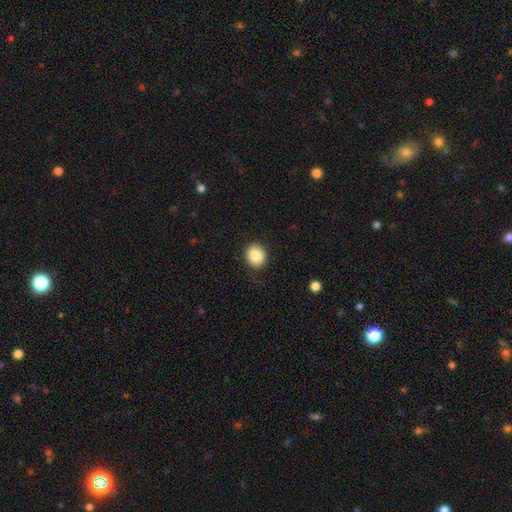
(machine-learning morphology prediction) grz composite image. It shows a smooth galaxy with no disk features (87%) that is round (74%). Merging: none (85%).